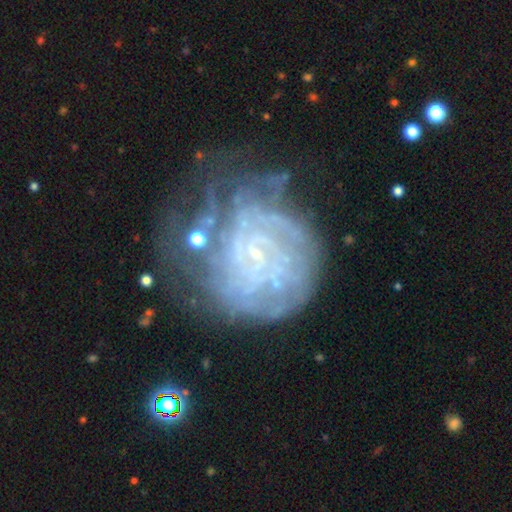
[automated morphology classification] smooth_or_featured: featured or disk (p=0.81) [alt: smooth p=0.10]
disk_edge_on: no (p=0.98) [alt: yes p=0.02]
bar: no (p=0.64) [alt: weak p=0.28]
has_spiral_arms: yes (p=0.91) [alt: no p=0.09]
spiral_winding: tight (p=0.78) [alt: medium p=0.17]
spiral_arm_count: can't tell (p=0.41) [alt: 4 p=0.15]
bulge_size: small (p=0.81) [alt: none p=0.12]
merging: none (p=0.49) [alt: minor disturbance p=0.25]